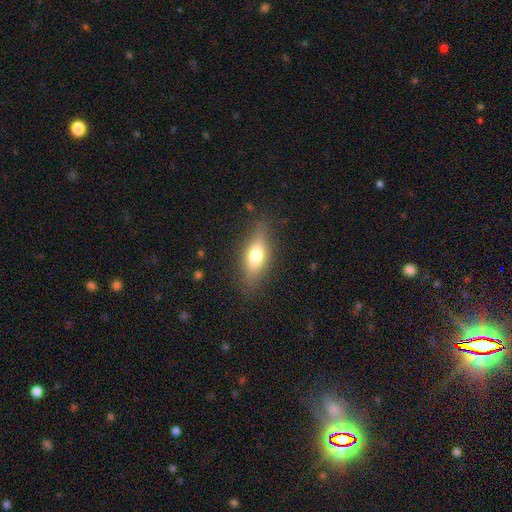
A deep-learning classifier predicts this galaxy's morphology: Smooth or featured?
  - smooth: 63% *
  - featured or disk: 28%
  - star or artifact: 8%
How rounded?
  - in between: 69% *
  - cigar-shaped: 25%
  - round: 6%
Merging?
  - none: 79% *
  - minor disturbance: 15%
  - major disturbance: 5%
  - merger: 1%